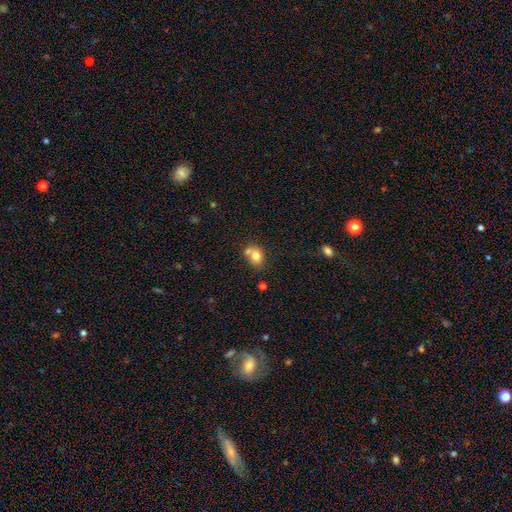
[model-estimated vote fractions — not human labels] A smooth galaxy with no disk features (77%) that is round (53%).

Vote fractions:
- Smooth or featured? smooth: 77% / featured or disk: 12% / star or artifact: 11%
- How rounded? round: 53% / in between: 46% / cigar-shaped: 1%
- Merging? none: 47% / merger: 35% / minor disturbance: 14% / major disturbance: 5%